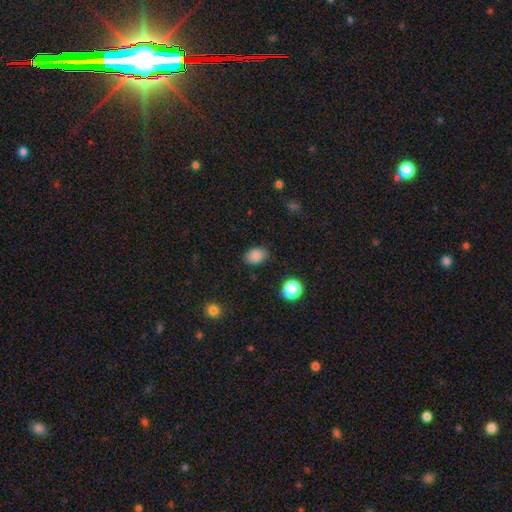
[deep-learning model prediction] smooth 86%, star or artifact 10%, featured or disk 4%. Down the decision tree: how rounded — in between (76%); merging — none (84%).